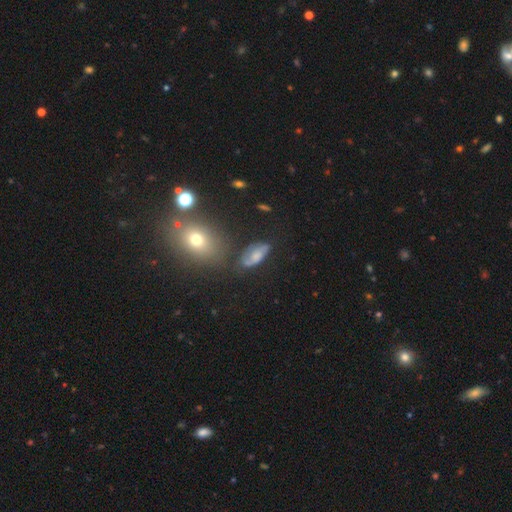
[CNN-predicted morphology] smooth-or-featured: featured or disk: 46% | smooth: 41% | star or artifact: 13%
  merging: none: 61% | minor disturbance: 22% | major disturbance: 10% | merger: 7%